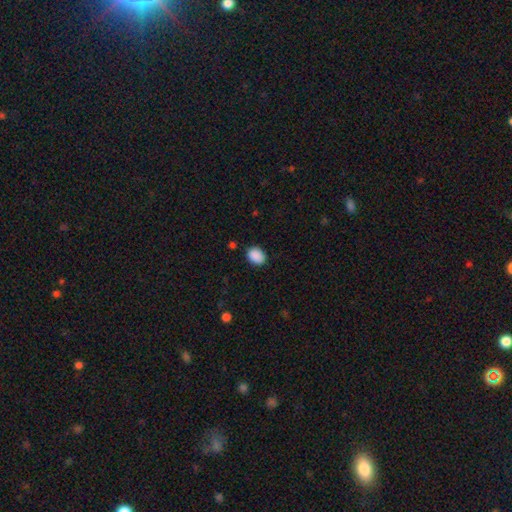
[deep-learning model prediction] Smooth or featured? smooth (90%)
How rounded? in between (68%)
Merging? none (86%)